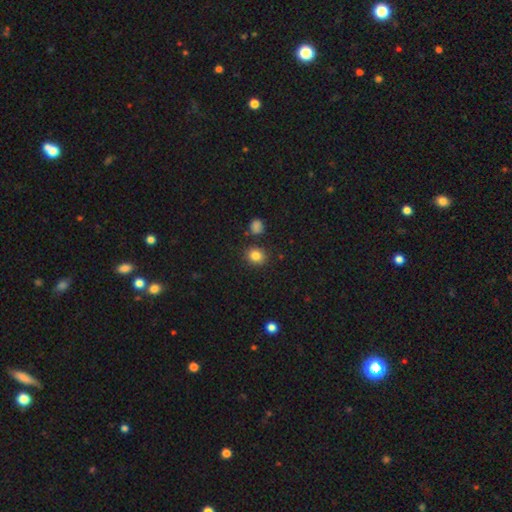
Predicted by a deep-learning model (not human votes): The model was most divided on "how rounded": round: 74%, in between: 25%, cigar-shaped: 1%. More confident: merging — none (86%); smooth or featured — smooth (84%).